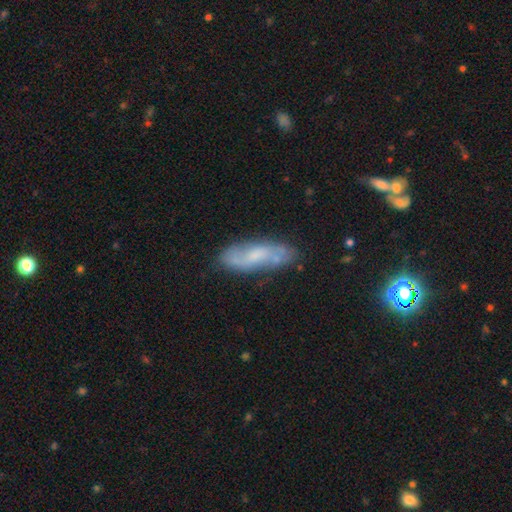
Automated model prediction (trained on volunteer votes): A featured or disk galaxy (55%). Merging: none (70%).